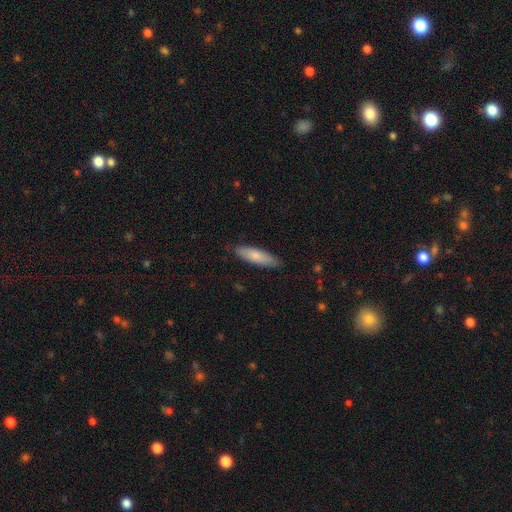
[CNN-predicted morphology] smooth-or-featured: smooth: 78% | featured or disk: 17% | star or artifact: 5%
  how-rounded: cigar-shaped: 61% | in between: 37% | round: 2%
  merging: none: 86% | minor disturbance: 11% | major disturbance: 2% | merger: 1%